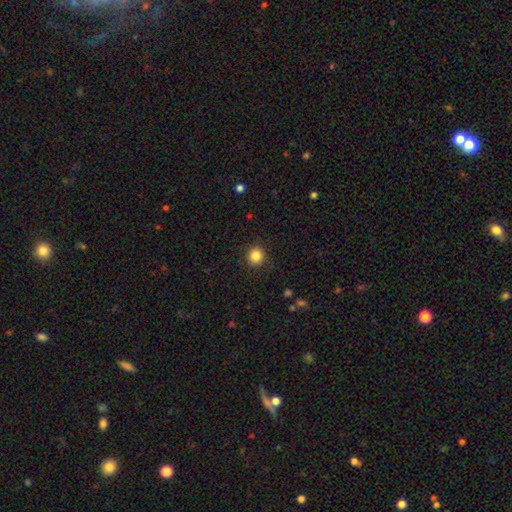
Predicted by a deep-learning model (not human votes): This appears to be a smooth galaxy with no disk features (85%) that is round (91%). Merging: none (89%).